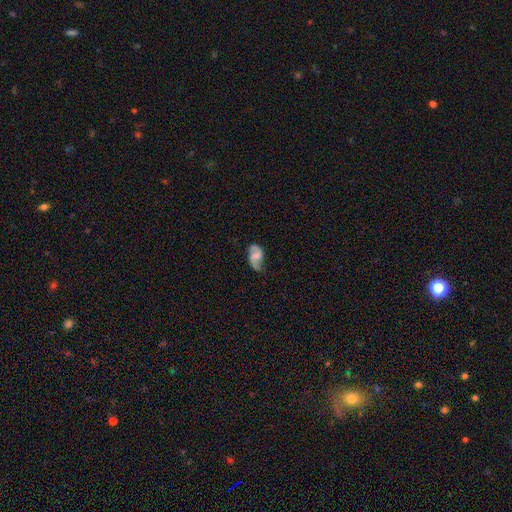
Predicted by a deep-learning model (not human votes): Morphology: type=featured or disk (71%); edge-on=no (97%); bar=weak (44%); spiral arms=yes (92%); winding=loose (57%); arm count=2 (86%); bulge=none (43%); merging=none (59%).